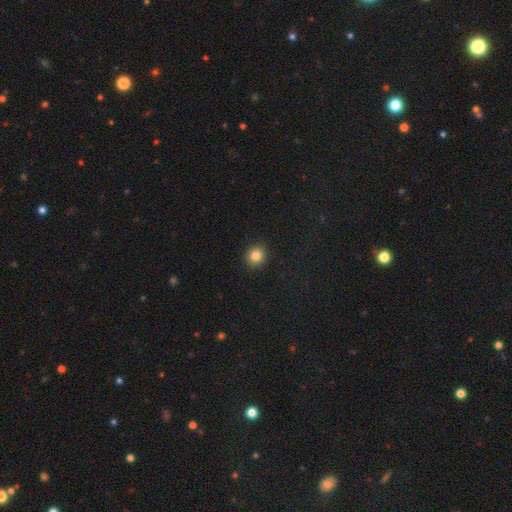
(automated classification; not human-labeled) A smooth galaxy with no disk features (84%) that is round (88%). Merging: none (92%).